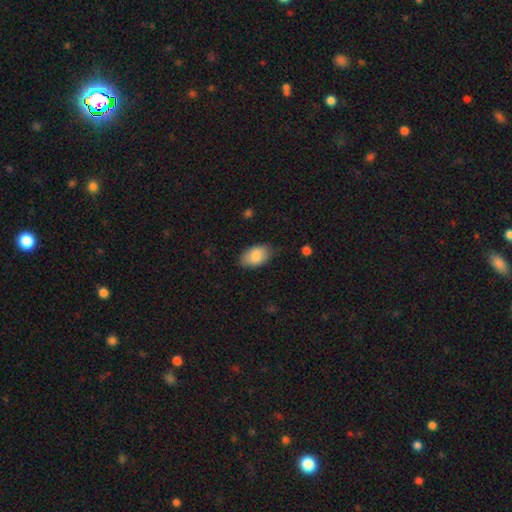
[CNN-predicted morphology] smooth_or_featured: smooth (p=0.85) [alt: featured or disk p=0.09]
how_rounded: in between (p=0.91) [alt: round p=0.08]
merging: none (p=0.76) [alt: minor disturbance p=0.19]